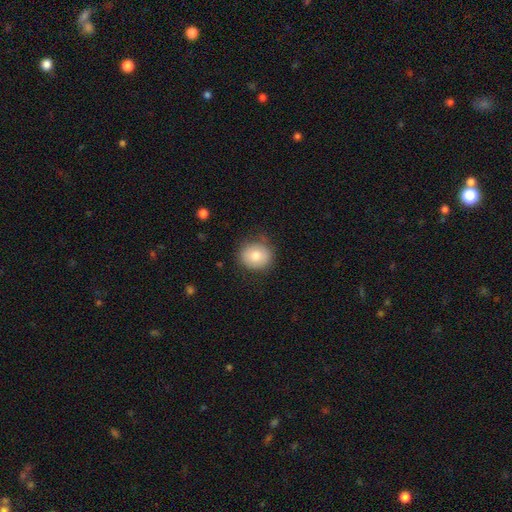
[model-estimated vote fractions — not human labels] smooth_or_featured: smooth (p=0.79) [alt: featured or disk p=0.12]
how_rounded: round (p=0.82) [alt: in between p=0.17]
merging: none (p=0.82) [alt: minor disturbance p=0.14]